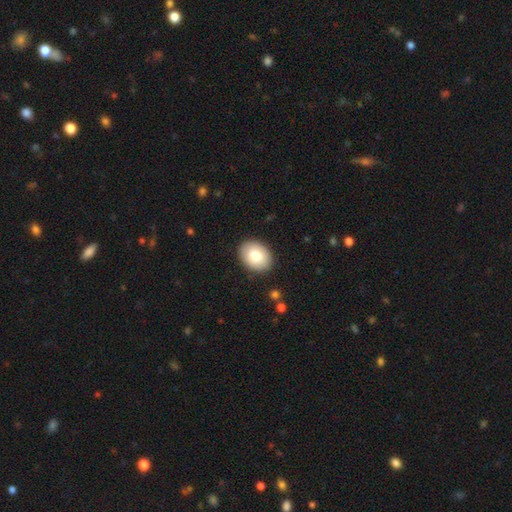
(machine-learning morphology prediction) The model was most divided on "how rounded": in between: 69%, round: 31%, cigar-shaped: 1%. More confident: merging — none (89%); smooth or featured — smooth (81%).